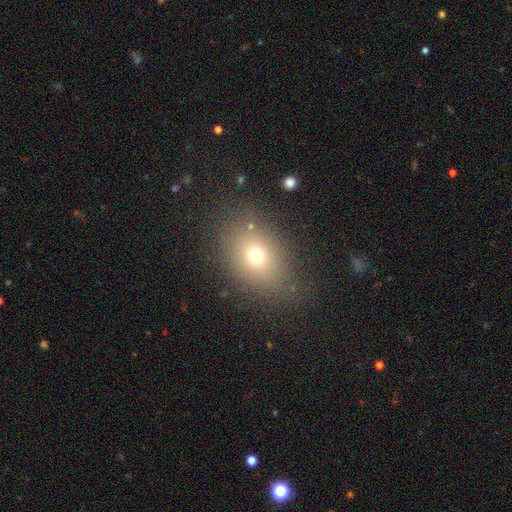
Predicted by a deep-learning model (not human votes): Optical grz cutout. It shows a smooth galaxy with no disk features (68%) that is in between round and cigar-shaped (60%). Merging: none (76%).